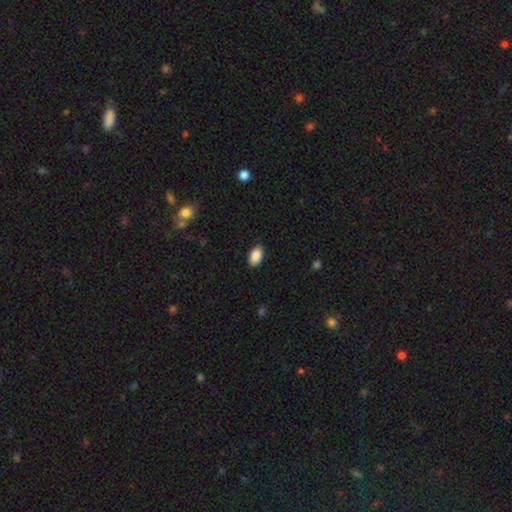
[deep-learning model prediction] The model was most divided on "merging": none: 86%, minor disturbance: 11%, major disturbance: 2%, merger: 1%. More confident: how rounded — in between (94%); smooth or featured — smooth (90%).